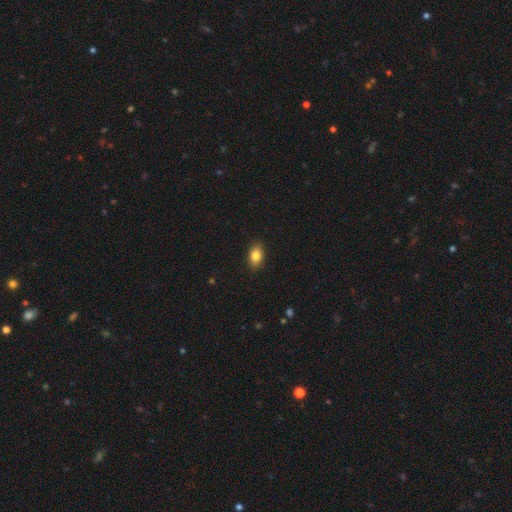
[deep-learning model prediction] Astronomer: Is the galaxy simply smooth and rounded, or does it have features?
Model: smooth — 83%.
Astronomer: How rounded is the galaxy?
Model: in between — 86%.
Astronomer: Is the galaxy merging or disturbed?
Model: none — 88%.